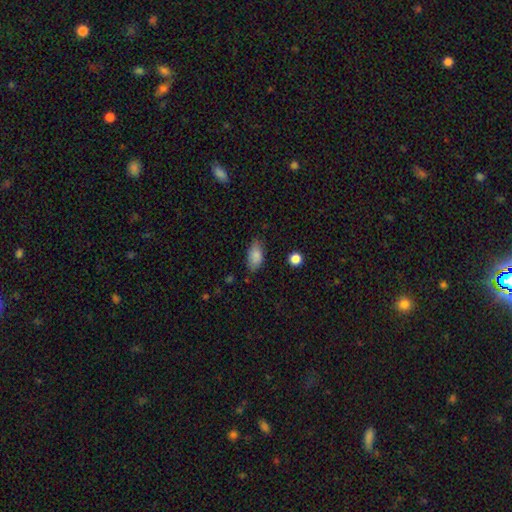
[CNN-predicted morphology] This is clearly a smooth galaxy (85%). How rounded: clearly in between (91%). Merging: likely none (70%).